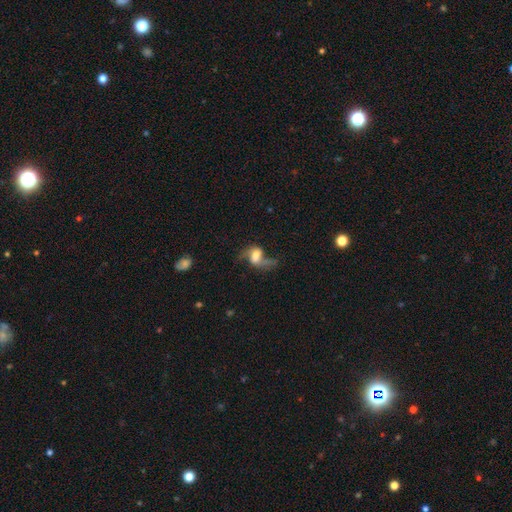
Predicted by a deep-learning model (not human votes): This is possibly a featured or disk galaxy (55%). It is clearly not viewed edge-on (95%). Bar: marginally no (44%). Spiral arm pattern: likely yes (75%). Central bulge: marginally moderate (37%). Merging: marginally none (32%).